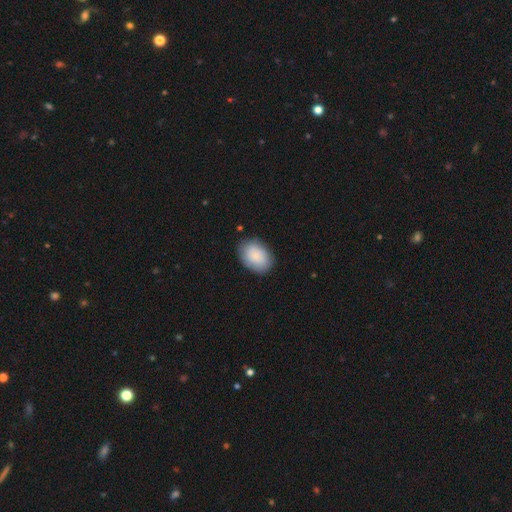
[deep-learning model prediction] A smooth galaxy with no disk features (87%) that is in between round and cigar-shaped (82%).

Vote fractions:
- Smooth or featured? smooth: 87% / star or artifact: 6% / featured or disk: 6%
- How rounded? in between: 82% / round: 17% / cigar-shaped: 1%
- Merging? none: 81% / minor disturbance: 14% / major disturbance: 3% / merger: 1%